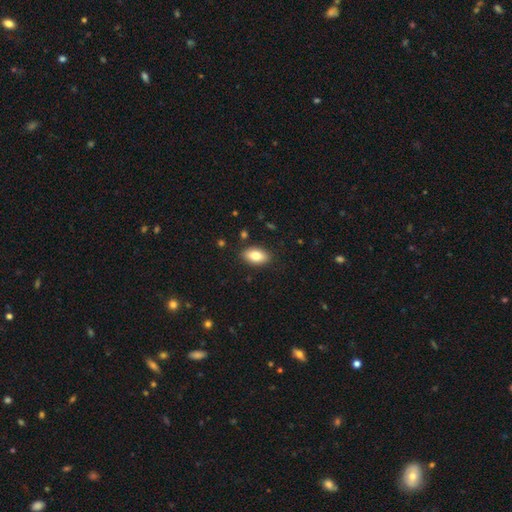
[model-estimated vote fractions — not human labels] Smooth or featured? smooth (81%)
How rounded? in between (92%)
Merging? none (88%)